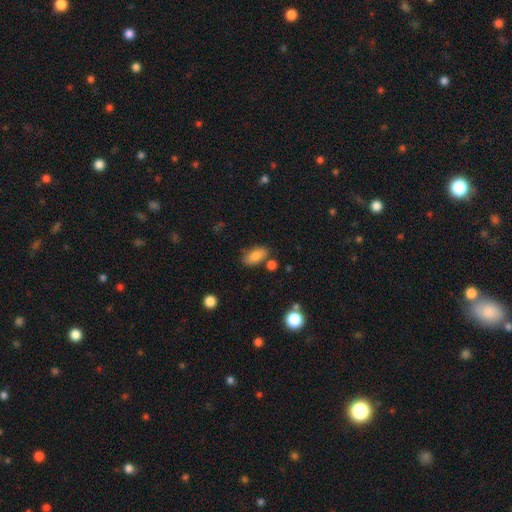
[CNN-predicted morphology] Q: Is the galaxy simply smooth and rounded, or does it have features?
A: smooth — 81%.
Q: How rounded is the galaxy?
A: in between — 89%.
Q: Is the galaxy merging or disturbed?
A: none — 72%.